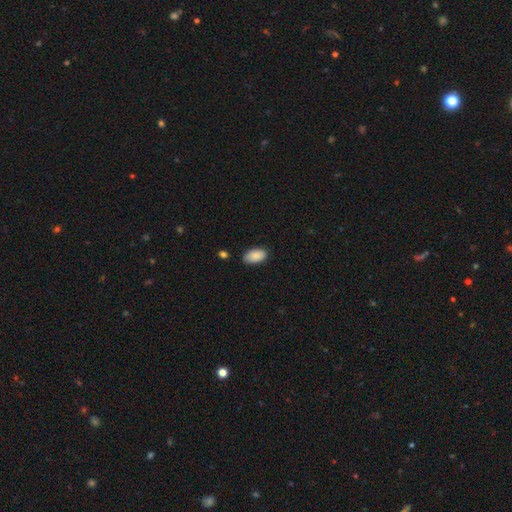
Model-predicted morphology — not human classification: A smooth galaxy with no disk features (89%) that is in between round and cigar-shaped (94%). Merging: none (82%).